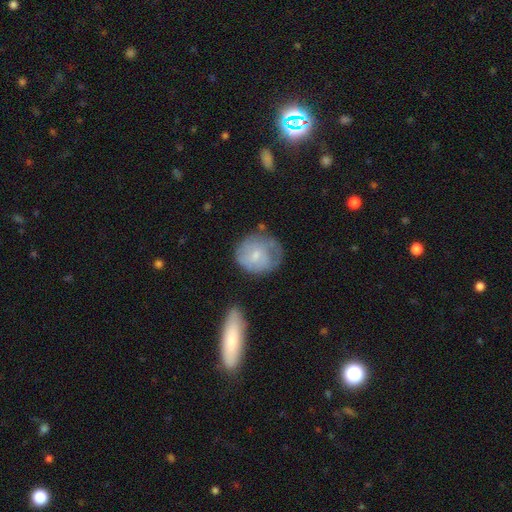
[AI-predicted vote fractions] The model was most divided on "smooth or featured": smooth: 55%, featured or disk: 38%, star or artifact: 7%. More confident: how rounded — round (79%); merging — none (52%).